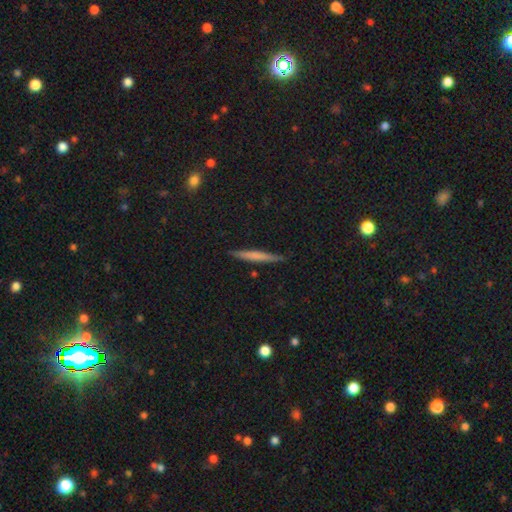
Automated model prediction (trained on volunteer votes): Smooth or featured? smooth (61%)
How rounded? cigar-shaped (95%)
Merging? none (88%)